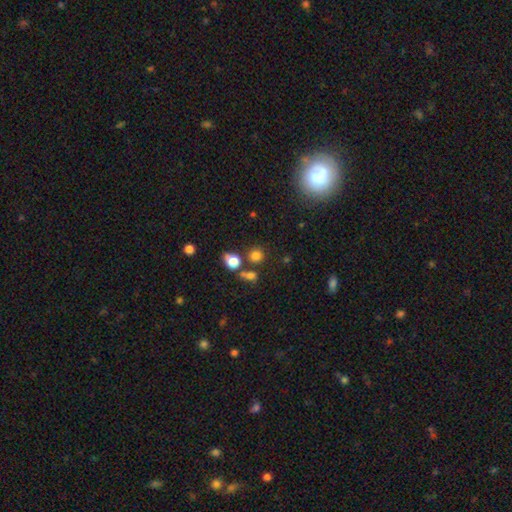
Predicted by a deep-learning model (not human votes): Smooth or featured?
  - smooth: 76% *
  - star or artifact: 16%
  - featured or disk: 8%
How rounded?
  - round: 85% *
  - in between: 14%
  - cigar-shaped: 1%
Merging?
  - none: 68% *
  - merger: 17%
  - minor disturbance: 10%
  - major disturbance: 5%